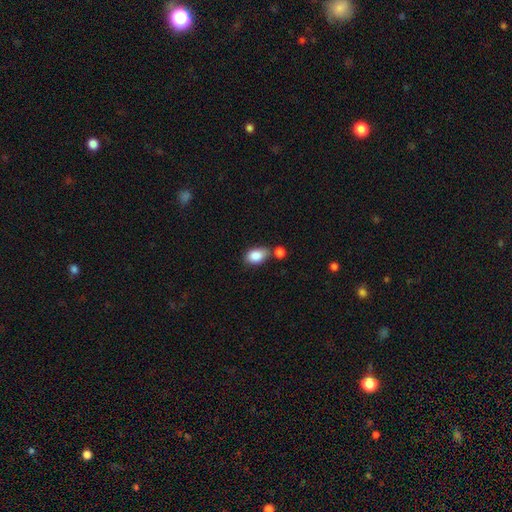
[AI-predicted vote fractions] smooth 87%, star or artifact 8%, featured or disk 6%. Down the decision tree: how rounded — in between (86%); merging — none (56%).